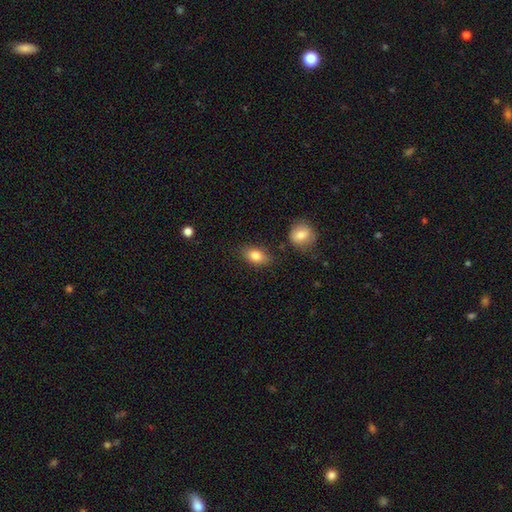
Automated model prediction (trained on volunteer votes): The model was most divided on "merging": none: 80%, minor disturbance: 13%, merger: 4%, major disturbance: 3%. More confident: how rounded — in between (85%); smooth or featured — smooth (83%).